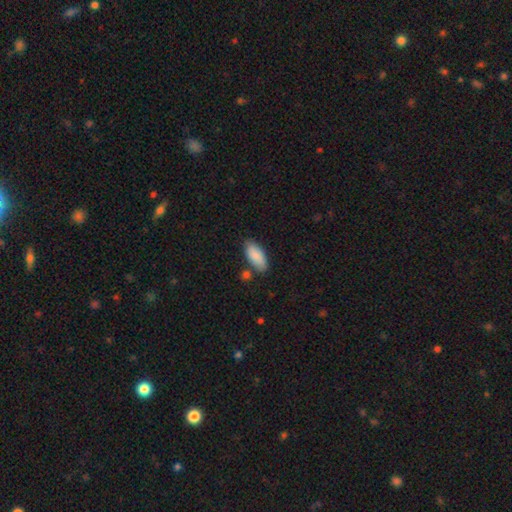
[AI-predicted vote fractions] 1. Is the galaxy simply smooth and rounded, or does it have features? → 88% smooth, 7% featured or disk, 6% star or artifact.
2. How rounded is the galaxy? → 89% in between, 9% cigar-shaped, 2% round.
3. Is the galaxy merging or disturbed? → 76% none, 14% minor disturbance, 7% merger, 3% major disturbance.